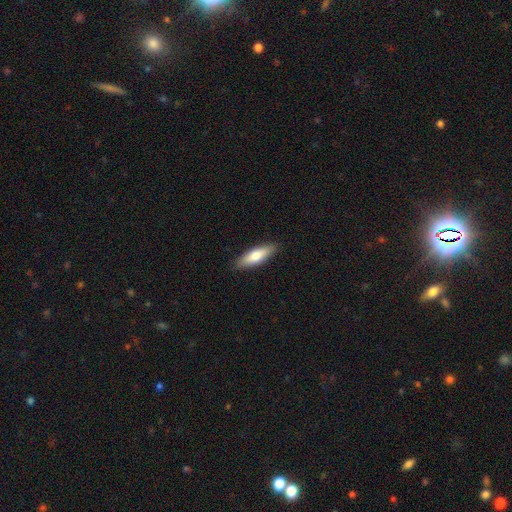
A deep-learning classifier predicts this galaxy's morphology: Smooth or featured? smooth (72%)
How rounded? cigar-shaped (51%)
Merging? none (89%)